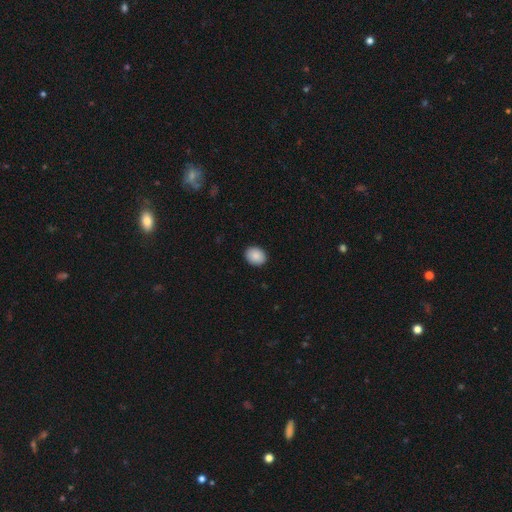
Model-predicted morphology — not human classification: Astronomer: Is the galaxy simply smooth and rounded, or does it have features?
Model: smooth — 89%.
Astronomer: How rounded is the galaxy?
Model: in between — 55% (runner-up: round, 44%).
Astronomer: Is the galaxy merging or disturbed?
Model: none — 91%.